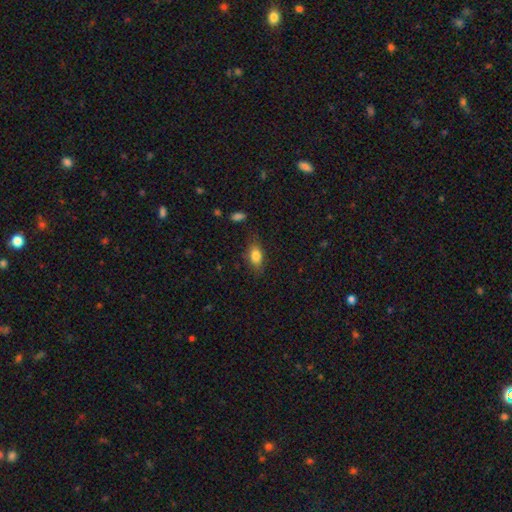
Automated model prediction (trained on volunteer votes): This appears to be a smooth galaxy with no disk features (81%) that is in between round and cigar-shaped (85%). Merging: none (77%).